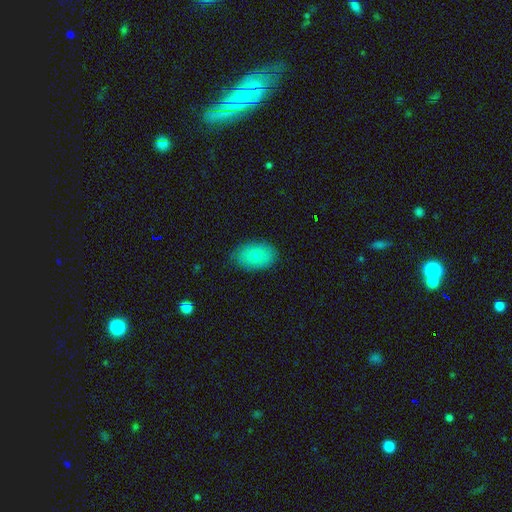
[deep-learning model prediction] Morphology: type=smooth (77%); roundness=in between (82%); merging=none (79%).